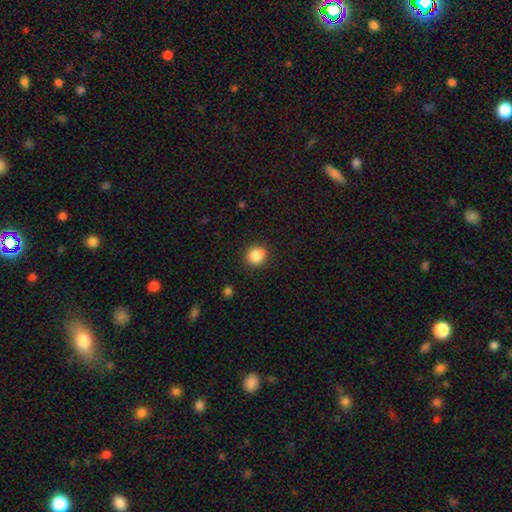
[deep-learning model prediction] This appears to be a smooth galaxy with no disk features (86%) that is round (81%). Merging: none (83%).